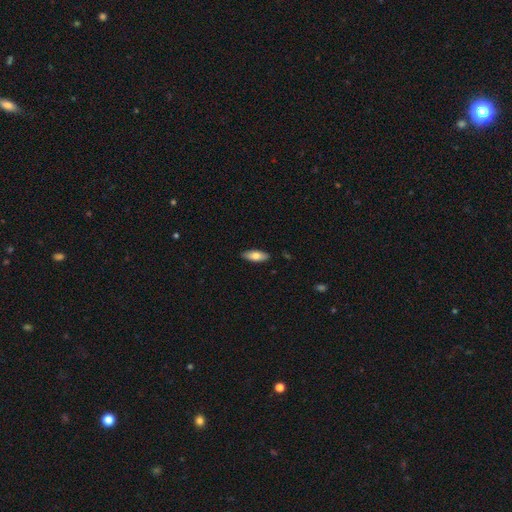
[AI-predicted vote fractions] Smooth or featured? Predicted: smooth (p=0.75). How rounded? Predicted: in between (p=0.74). Merging? Predicted: none (p=0.89).